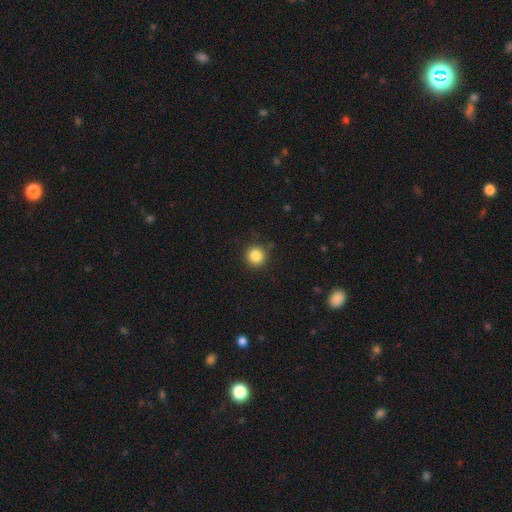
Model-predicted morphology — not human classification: Overall: smooth (85%). How rounded: round (94%). Merging: none (85%).